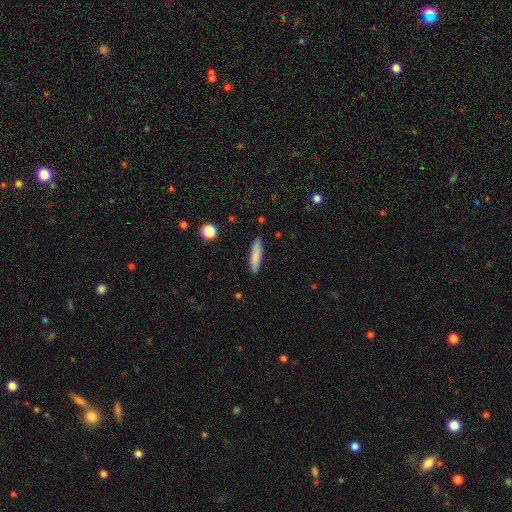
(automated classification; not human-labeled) A smooth galaxy with no disk features (82%) that is cigar-shaped (82%).

Vote fractions:
- Smooth or featured? smooth: 82% / featured or disk: 11% / star or artifact: 7%
- How rounded? cigar-shaped: 82% / in between: 17% / round: 1%
- Merging? none: 89% / minor disturbance: 8% / major disturbance: 2% / merger: 1%